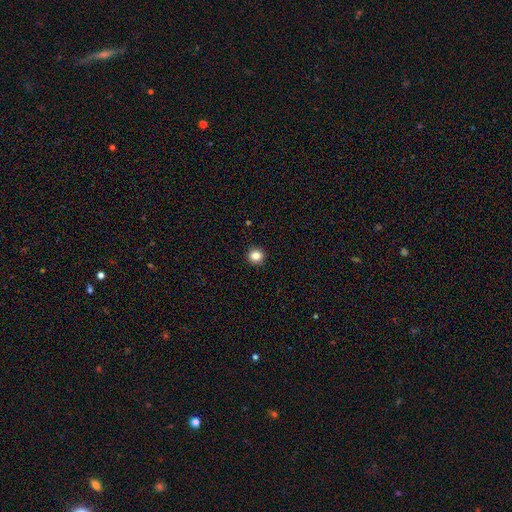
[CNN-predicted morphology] Smooth or featured? Predicted: smooth (p=0.84). How rounded? Predicted: round (p=0.92). Merging? Predicted: none (p=0.92).